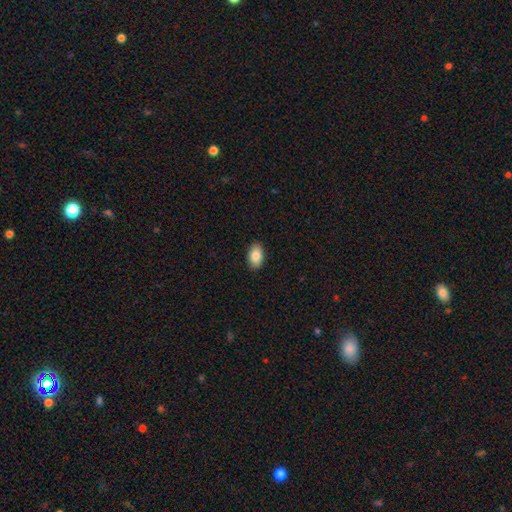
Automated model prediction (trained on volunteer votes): Smooth or featured? smooth (86%)
How rounded? in between (92%)
Merging? none (90%)